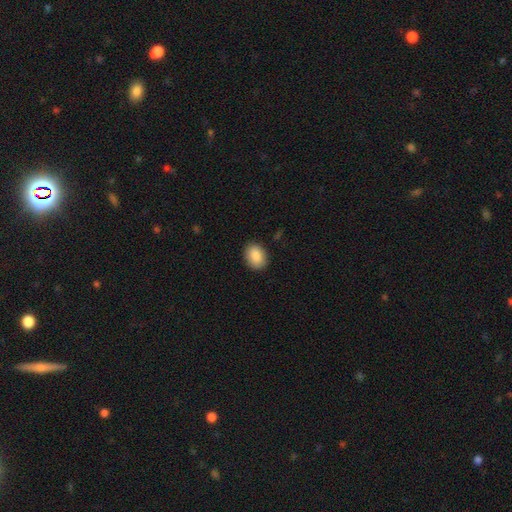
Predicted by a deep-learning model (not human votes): Smooth or featured? Predicted: smooth (p=0.89). How rounded? Predicted: in between (p=0.71). Merging? Predicted: none (p=0.88).